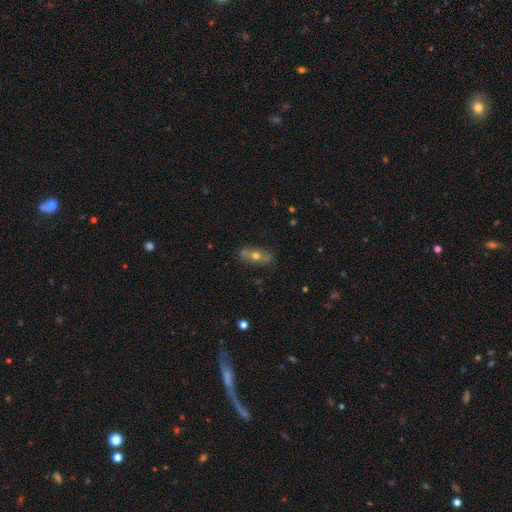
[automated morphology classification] Smooth or featured? featured or disk (48%)
Merging? none (78%)